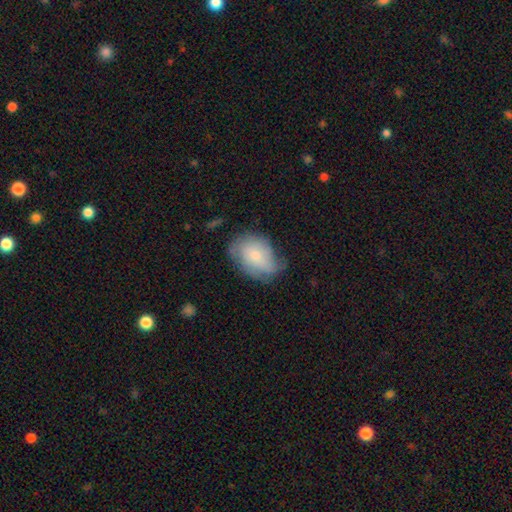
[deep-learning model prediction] smooth-or-featured: smooth: 62% | featured or disk: 30% | star or artifact: 7%
  how-rounded: in between: 76% | round: 23% | cigar-shaped: 1%
  merging: none: 49% | minor disturbance: 36% | major disturbance: 13% | merger: 2%